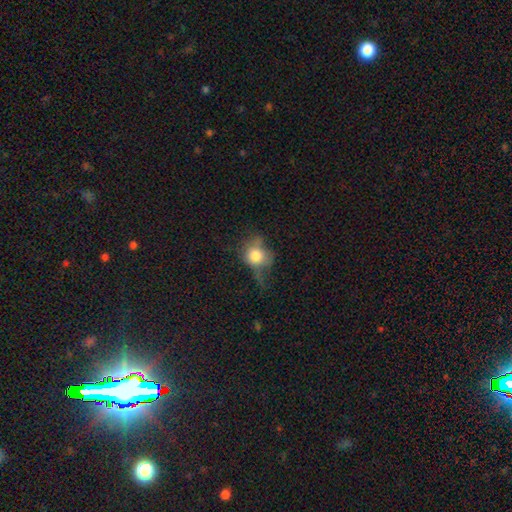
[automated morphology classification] type=smooth (68%); roundness=round (65%); merging=none (37%).